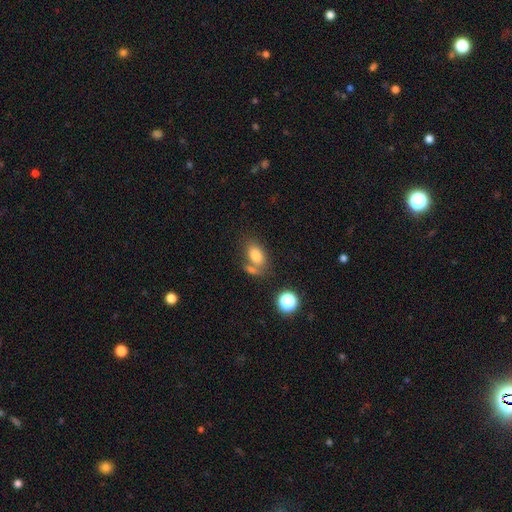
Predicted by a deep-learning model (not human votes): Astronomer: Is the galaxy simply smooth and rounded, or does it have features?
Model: smooth — 79%.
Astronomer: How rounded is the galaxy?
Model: in between — 86%.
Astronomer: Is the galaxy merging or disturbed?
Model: none — 51% (runner-up: merger, 28%).